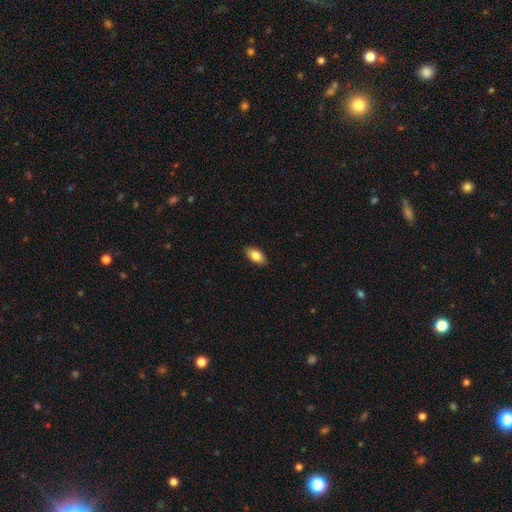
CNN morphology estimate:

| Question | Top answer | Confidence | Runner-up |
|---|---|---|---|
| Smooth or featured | smooth | 83% | featured or disk (10%) |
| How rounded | in between | 91% | cigar-shaped (5%) |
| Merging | none | 88% | minor disturbance (9%) |